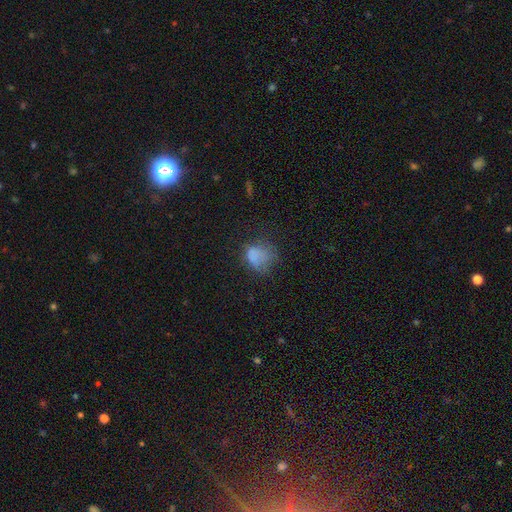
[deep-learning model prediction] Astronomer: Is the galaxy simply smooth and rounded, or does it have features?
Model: smooth — 69%.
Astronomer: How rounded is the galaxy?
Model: round — 53% (runner-up: in between, 45%).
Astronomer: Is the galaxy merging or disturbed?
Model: none — 38% (runner-up: major disturbance, 32%).